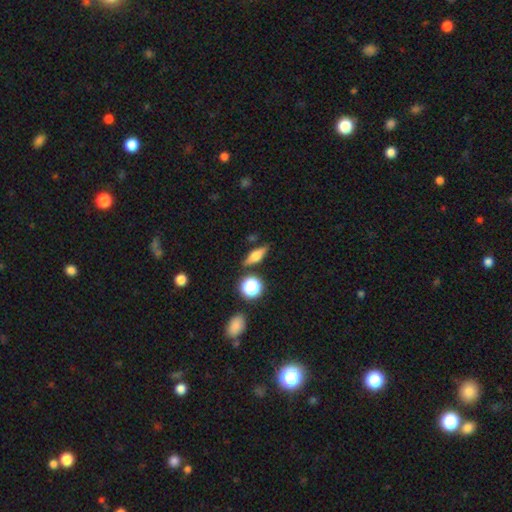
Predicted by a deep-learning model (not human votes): This is possibly a smooth galaxy (45%). Merging: clearly none (84%).